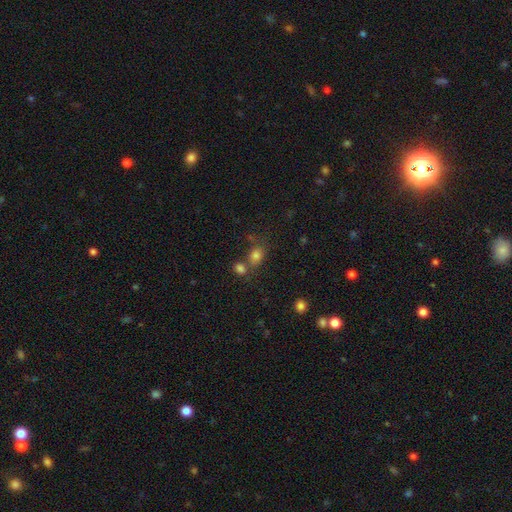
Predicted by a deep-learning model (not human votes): smooth 75%, star or artifact 16%, featured or disk 8%. Down the decision tree: how rounded — in between (50%); merging — none (53%).